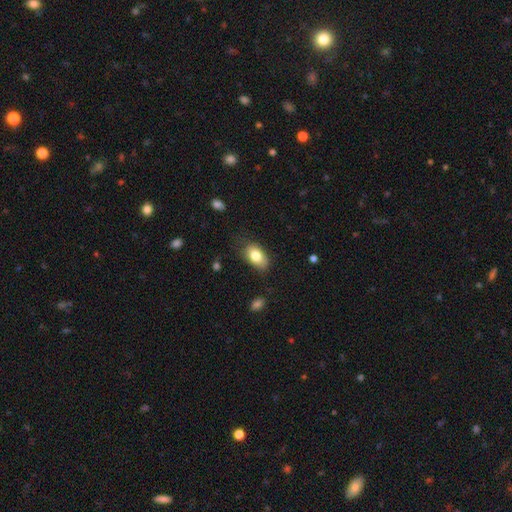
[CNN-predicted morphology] A smooth galaxy with no disk features (80%) that is in between round and cigar-shaped (91%).

Vote fractions:
- Smooth or featured? smooth: 80% / featured or disk: 13% / star or artifact: 7%
- How rounded? in between: 91% / round: 7% / cigar-shaped: 2%
- Merging? none: 72% / minor disturbance: 21% / major disturbance: 6% / merger: 2%